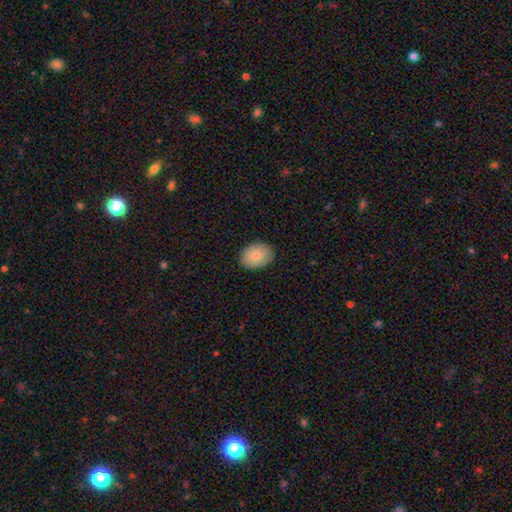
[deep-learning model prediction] This appears to be a smooth galaxy with no disk features (83%) that is in between round and cigar-shaped (69%). Merging: none (87%).